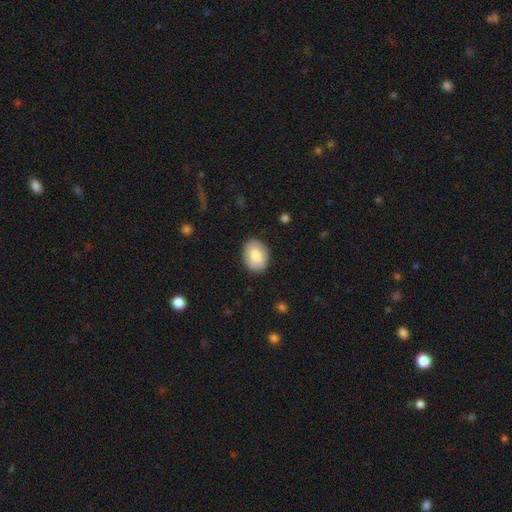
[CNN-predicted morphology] A smooth galaxy with no disk features (74%) that is in between round and cigar-shaped (78%).

Vote fractions:
- Smooth or featured? smooth: 74% / featured or disk: 20% / star or artifact: 6%
- How rounded? in between: 78% / round: 21% / cigar-shaped: 1%
- Merging? none: 85% / minor disturbance: 11% / major disturbance: 3% / merger: 1%